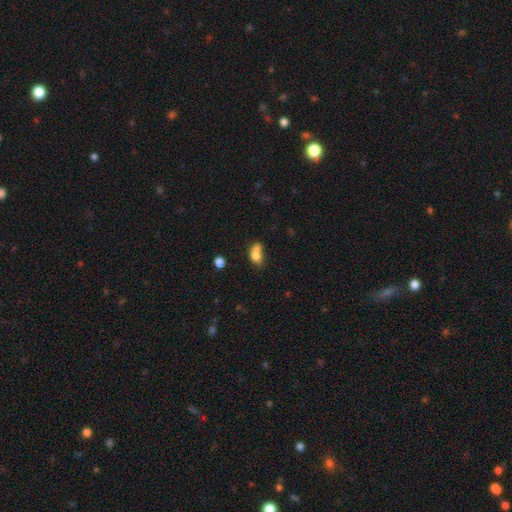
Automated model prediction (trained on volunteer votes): smooth_or_featured: smooth (p=0.76) [alt: featured or disk p=0.14]
how_rounded: in between (p=0.69) [alt: round p=0.28]
merging: merger (p=0.51) [alt: none p=0.25]